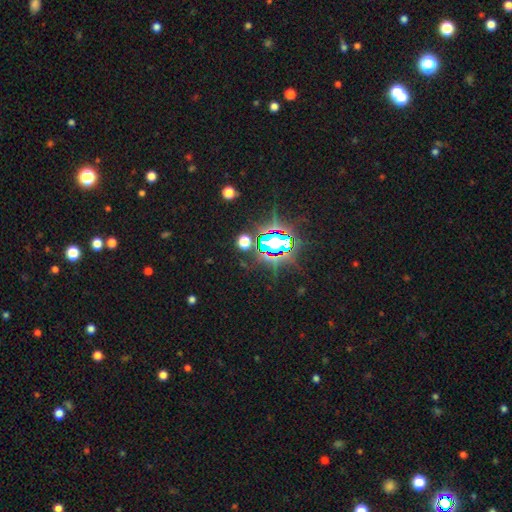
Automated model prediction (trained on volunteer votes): This appears to be a star or artifact, not a galaxy (82%).